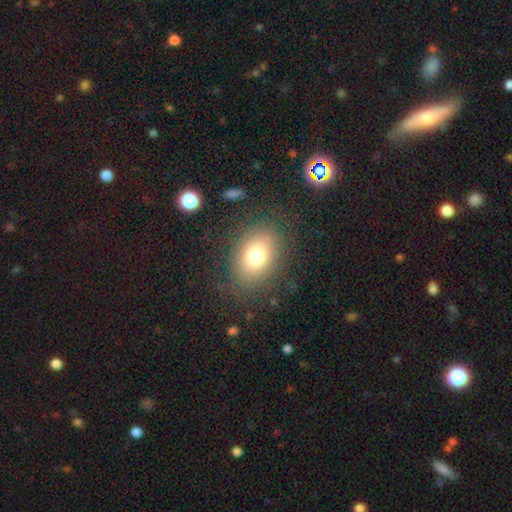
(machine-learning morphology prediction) This is likely a smooth galaxy (74%). How rounded: likely in between (70%). Merging: likely none (79%).